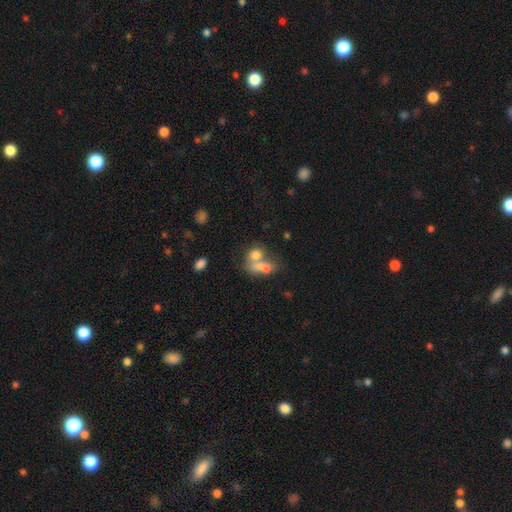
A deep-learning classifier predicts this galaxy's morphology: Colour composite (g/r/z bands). It shows a smooth galaxy with no disk features (64%) that is in between round and cigar-shaped (58%). Merging: merger (60%).